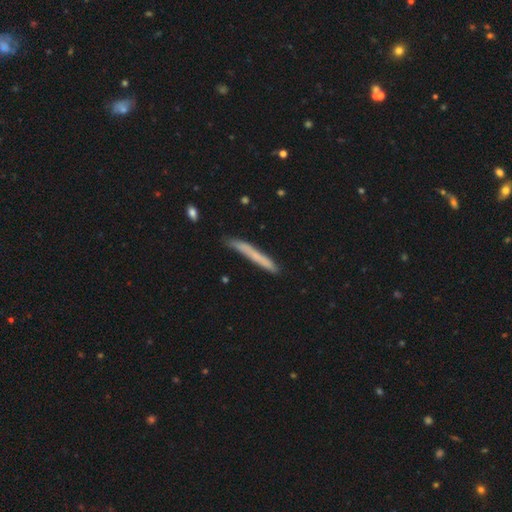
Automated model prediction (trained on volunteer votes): smooth-or-featured: smooth: 64% | featured or disk: 29% | star or artifact: 7%
  how-rounded: cigar-shaped: 97% | in between: 2% | round: 1%
  merging: none: 79% | minor disturbance: 16% | major disturbance: 3% | merger: 2%